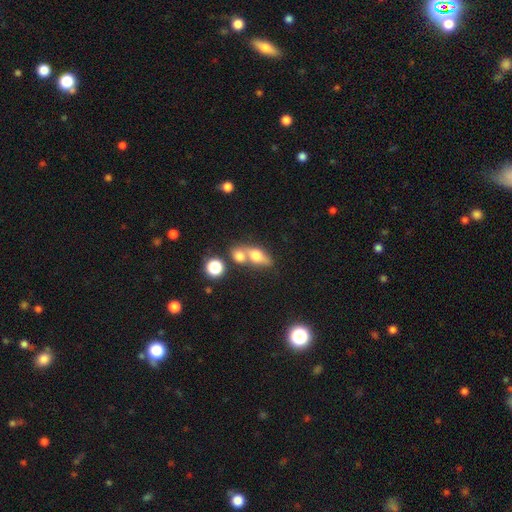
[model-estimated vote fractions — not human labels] smooth 65%, featured or disk 24%, star or artifact 11%. Down the decision tree: how rounded — in between (62%); merging — merger (52%).